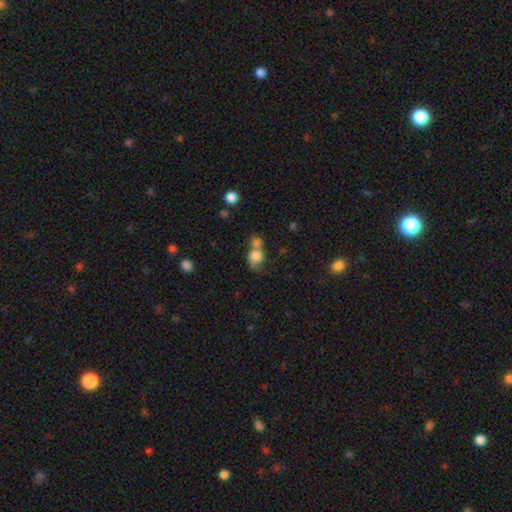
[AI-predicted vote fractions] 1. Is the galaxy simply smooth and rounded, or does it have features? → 78% smooth, 12% featured or disk, 10% star or artifact.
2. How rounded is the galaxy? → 64% round, 35% in between, 1% cigar-shaped.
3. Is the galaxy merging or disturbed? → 44% merger, 32% none, 15% minor disturbance, 10% major disturbance.